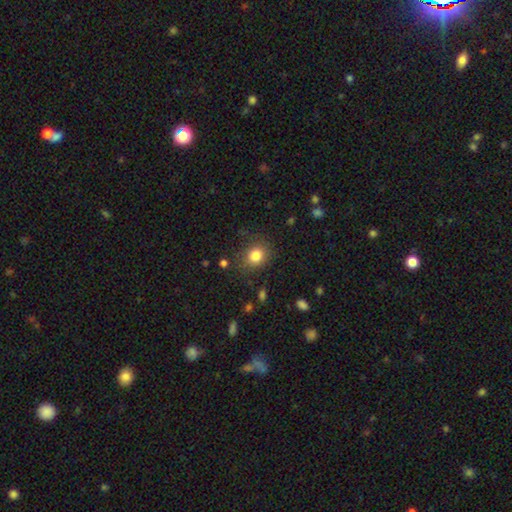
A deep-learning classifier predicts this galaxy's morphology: smooth-or-featured: smooth: 83% | star or artifact: 11% | featured or disk: 6%
  how-rounded: round: 70% | in between: 29% | cigar-shaped: 1%
  merging: none: 80% | minor disturbance: 13% | major disturbance: 5% | merger: 2%